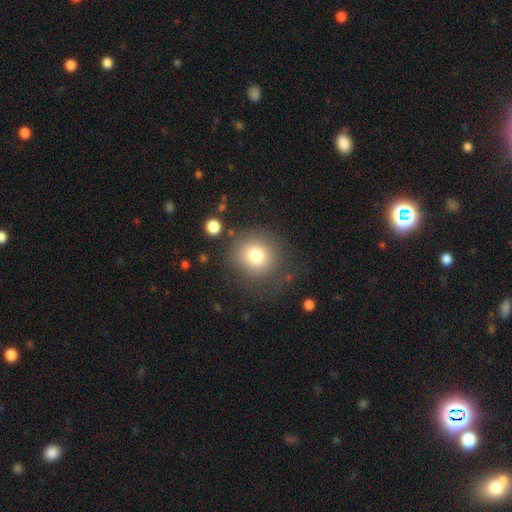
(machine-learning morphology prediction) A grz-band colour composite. It shows a smooth galaxy with no disk features (78%) that is round (89%). Merging: none (76%).